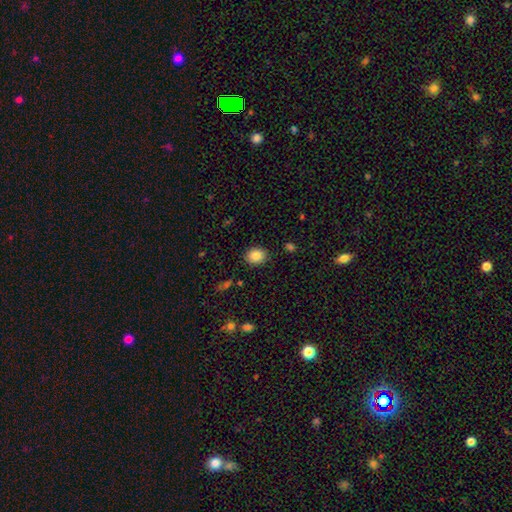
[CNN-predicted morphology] Q: Smooth or featured?
A: smooth (86%); runner-up: star or artifact (9%)
Q: How rounded?
A: round (55%); runner-up: in between (44%)
Q: Merging?
A: none (88%); runner-up: minor disturbance (8%)